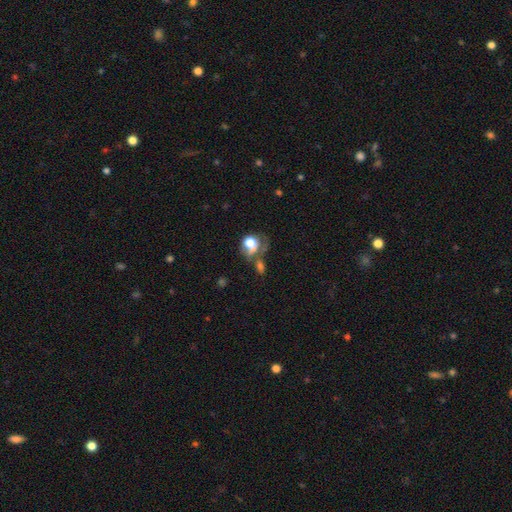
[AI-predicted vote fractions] Smooth or featured: smooth — 53% (star or artifact — 32%)
How rounded: round — 78% (in between — 19%)
Merging: none — 59% (merger — 22%)